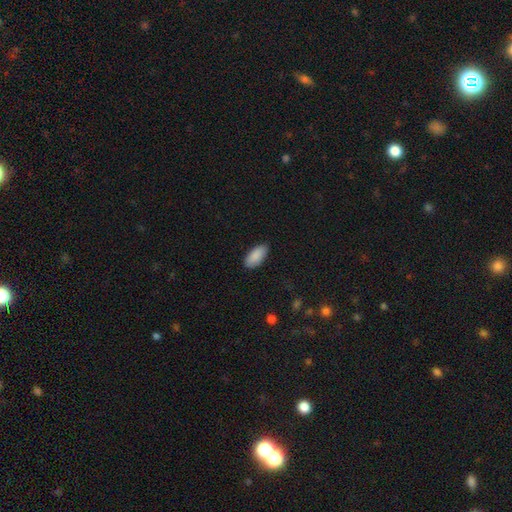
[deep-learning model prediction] smooth 90%, star or artifact 6%, featured or disk 4%. Down the decision tree: how rounded — in between (93%); merging — none (86%).